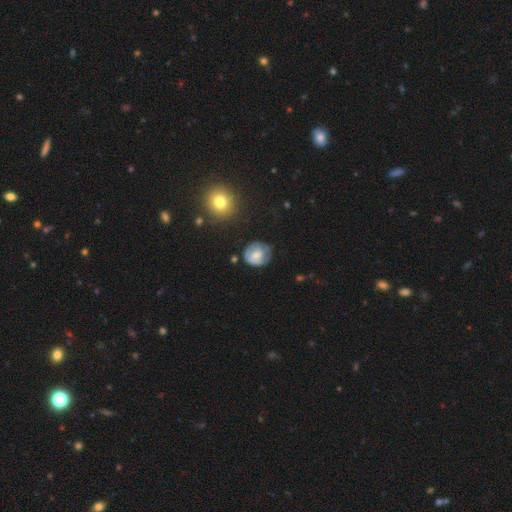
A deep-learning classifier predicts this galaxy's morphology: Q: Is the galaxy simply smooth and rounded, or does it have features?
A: smooth — 57%.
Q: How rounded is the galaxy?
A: round — 79%.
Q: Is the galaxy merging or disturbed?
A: none — 61%.